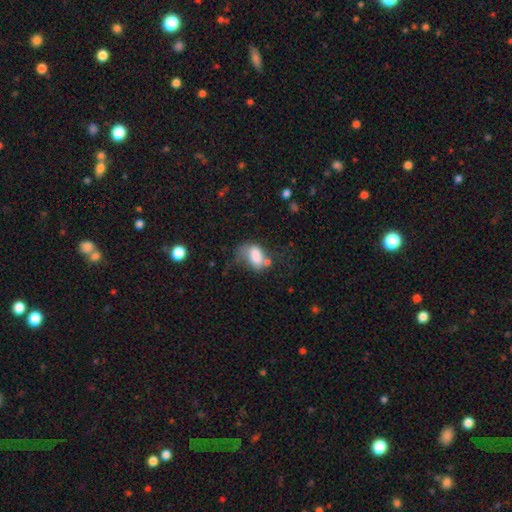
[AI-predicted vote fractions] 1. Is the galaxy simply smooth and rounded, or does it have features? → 70% smooth, 21% featured or disk, 9% star or artifact.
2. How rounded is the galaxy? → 87% in between, 11% round, 2% cigar-shaped.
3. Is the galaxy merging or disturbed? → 29% major disturbance, 27% none, 26% minor disturbance, 18% merger.